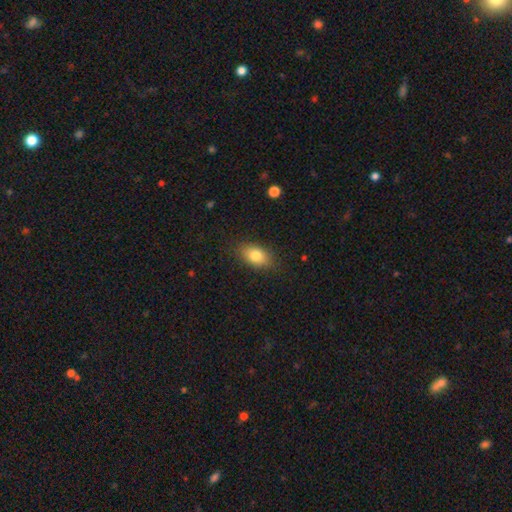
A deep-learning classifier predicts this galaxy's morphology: type=smooth (80%); roundness=in between (85%); merging=none (85%).